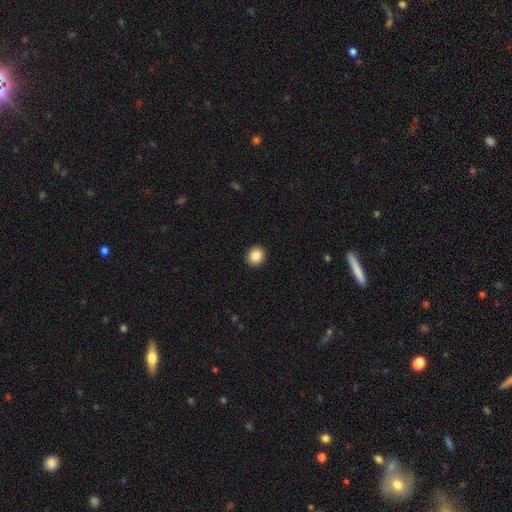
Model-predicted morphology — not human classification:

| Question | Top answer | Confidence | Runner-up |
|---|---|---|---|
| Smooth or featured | smooth | 88% | star or artifact (9%) |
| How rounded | round | 83% | in between (16%) |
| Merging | none | 92% | minor disturbance (5%) |